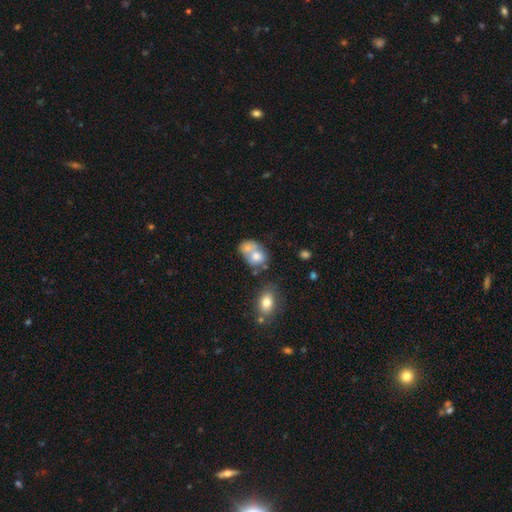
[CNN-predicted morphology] Smooth or featured? Predicted: smooth (p=0.66). How rounded? Predicted: in between (p=0.62). Merging? Predicted: merger (p=0.60).